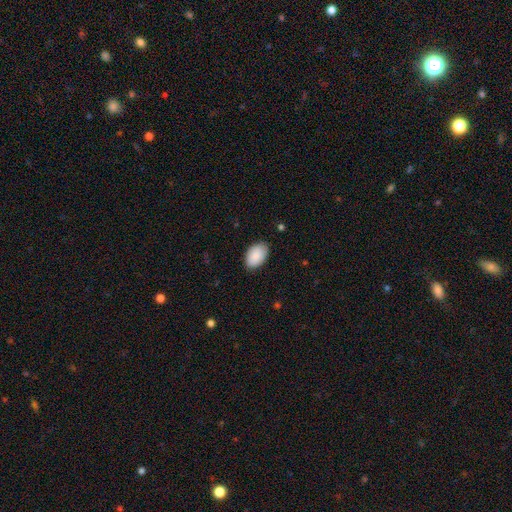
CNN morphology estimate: The model was most divided on "merging": none: 84%, minor disturbance: 13%, major disturbance: 2%, merger: 1%. More confident: how rounded — in between (93%); smooth or featured — smooth (89%).